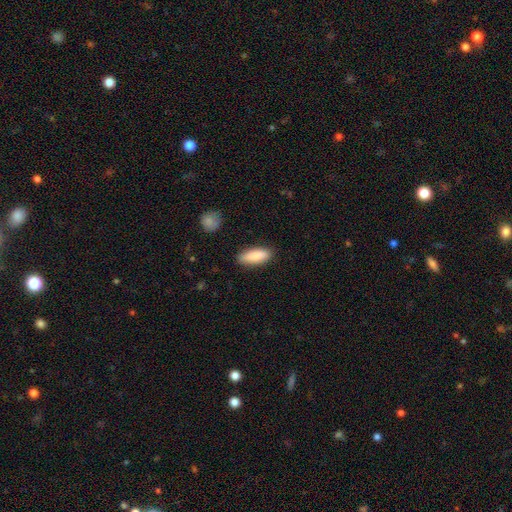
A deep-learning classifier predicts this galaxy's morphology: A smooth galaxy with no disk features (88%) that is in between round and cigar-shaped (70%).

Vote fractions:
- Smooth or featured? smooth: 88% / featured or disk: 7% / star or artifact: 6%
- How rounded? in between: 70% / cigar-shaped: 28% / round: 2%
- Merging? none: 85% / minor disturbance: 11% / major disturbance: 2% / merger: 2%